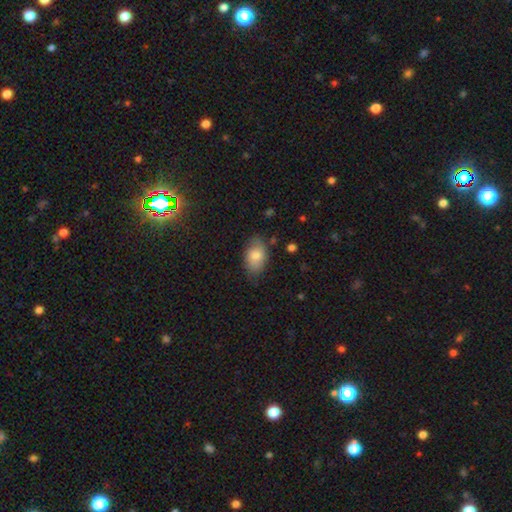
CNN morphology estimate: The model was most divided on "merging": none: 73%, minor disturbance: 21%, major disturbance: 4%, merger: 2%. More confident: how rounded — in between (89%); smooth or featured — smooth (78%).